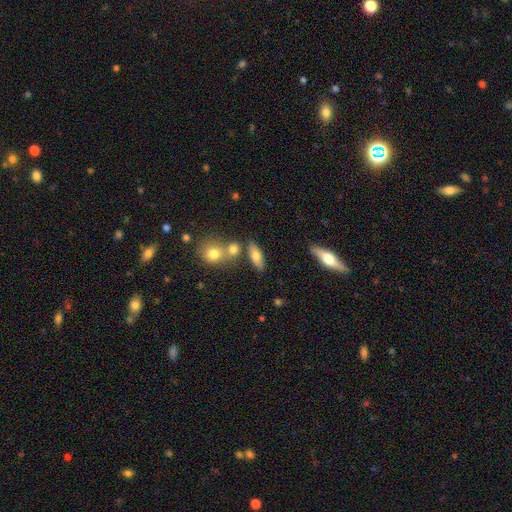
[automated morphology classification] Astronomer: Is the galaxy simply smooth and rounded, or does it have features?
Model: smooth — 70%.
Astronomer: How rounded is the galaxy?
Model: in between — 69%.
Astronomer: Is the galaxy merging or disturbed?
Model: none — 69%.